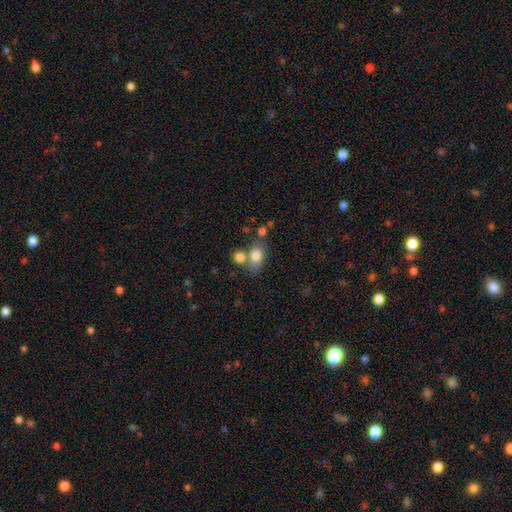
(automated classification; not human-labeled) A smooth galaxy with no disk features (79%) that is in between round and cigar-shaped (73%). Merging: none (48%).